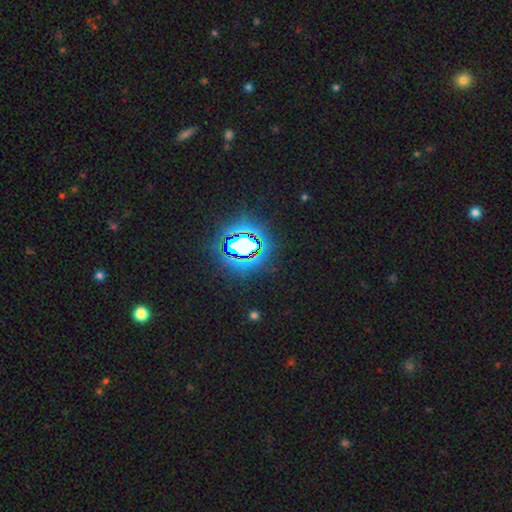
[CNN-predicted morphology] Q: Smooth or featured?
A: star or artifact (83%); runner-up: smooth (10%)